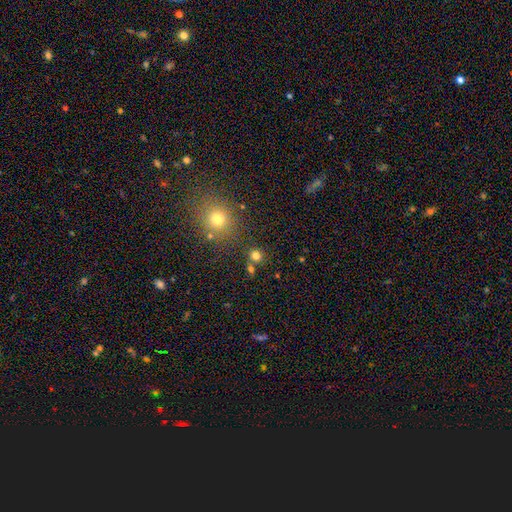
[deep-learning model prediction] This appears to be a smooth galaxy with no disk features (75%) that is round (88%). Merging: none (74%).